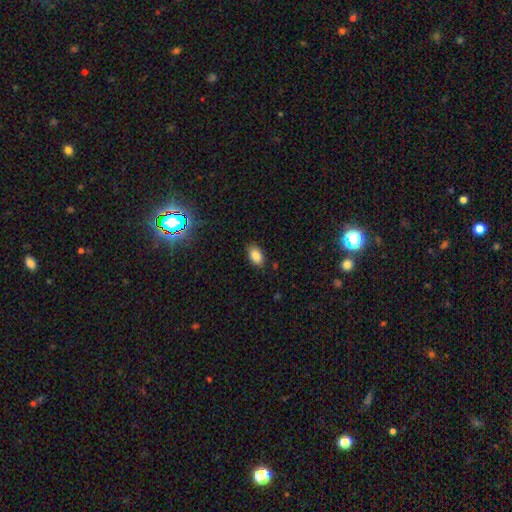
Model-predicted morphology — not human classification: smooth 87%, star or artifact 9%, featured or disk 4%. Down the decision tree: how rounded — in between (91%); merging — none (83%).